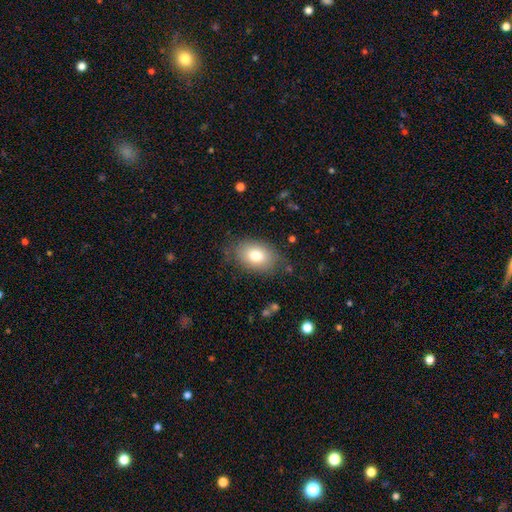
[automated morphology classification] A smooth galaxy with no disk features (79%) that is in between round and cigar-shaped (85%). Merging: none (77%).